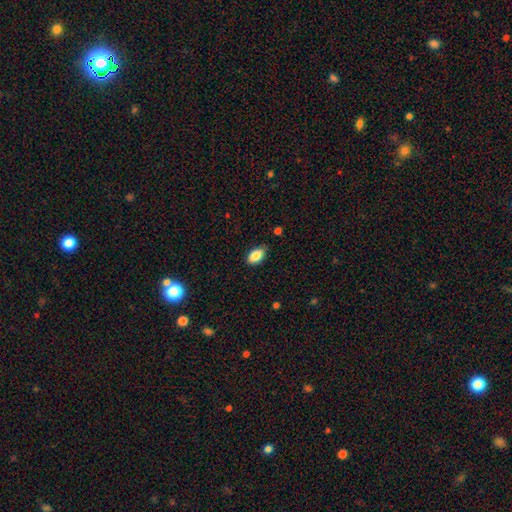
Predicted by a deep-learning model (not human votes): Q: Smooth or featured?
A: smooth (86%); runner-up: star or artifact (8%)
Q: How rounded?
A: in between (92%); runner-up: round (6%)
Q: Merging?
A: none (81%); runner-up: minor disturbance (15%)